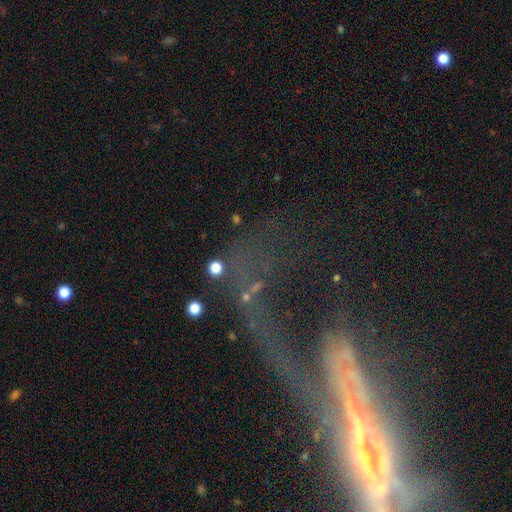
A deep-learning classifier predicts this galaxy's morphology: Overall: featured or disk (56%; star or artifact 27%). Edge-on disk: no (64%; yes 36%). Merging: none (38%; major disturbance 35%).